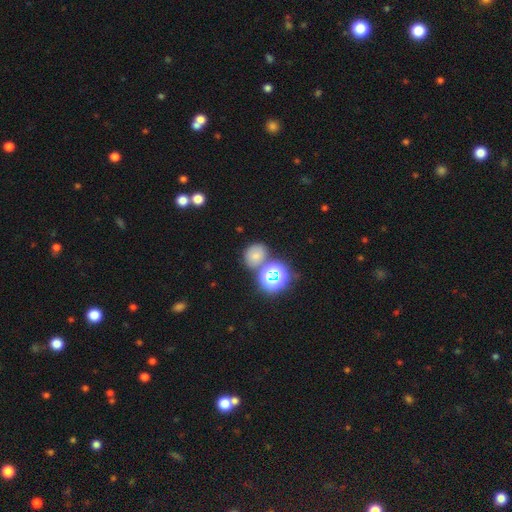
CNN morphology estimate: A smooth galaxy with no disk features (64%) that is round (67%). Merging: none (65%).